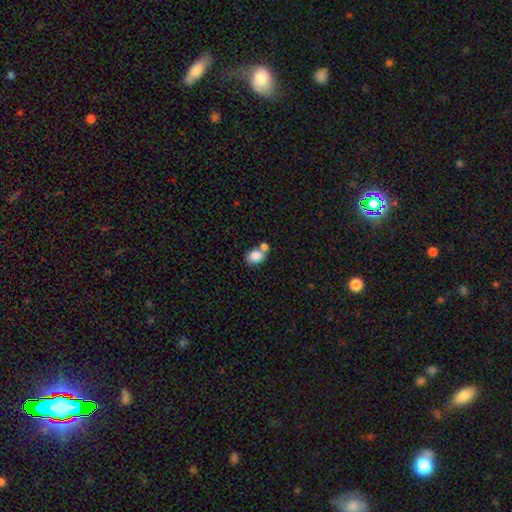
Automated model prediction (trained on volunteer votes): A smooth galaxy with no disk features (84%) that is in between round and cigar-shaped (68%). Merging: merger (43%).